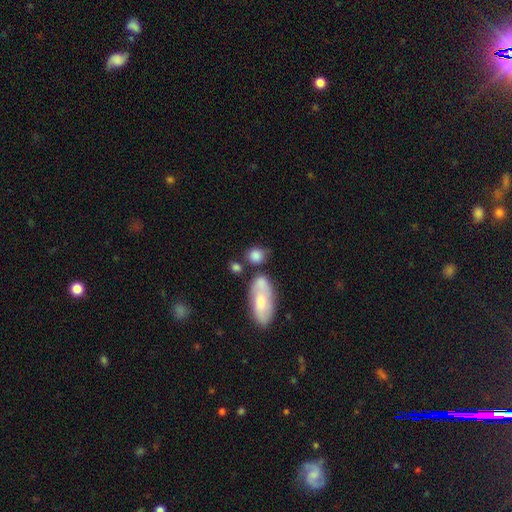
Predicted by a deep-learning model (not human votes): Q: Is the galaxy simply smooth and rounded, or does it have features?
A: smooth — 81%.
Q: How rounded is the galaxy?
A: round — 56%.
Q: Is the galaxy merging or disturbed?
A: none — 52%.